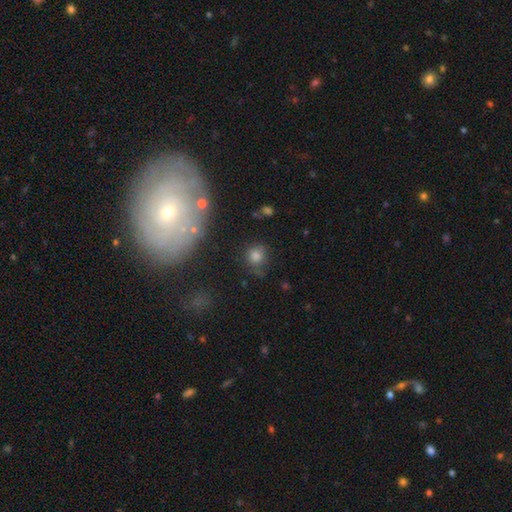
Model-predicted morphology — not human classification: smooth 69%, star or artifact 18%, featured or disk 13%. Down the decision tree: how rounded — round (86%); merging — none (70%).